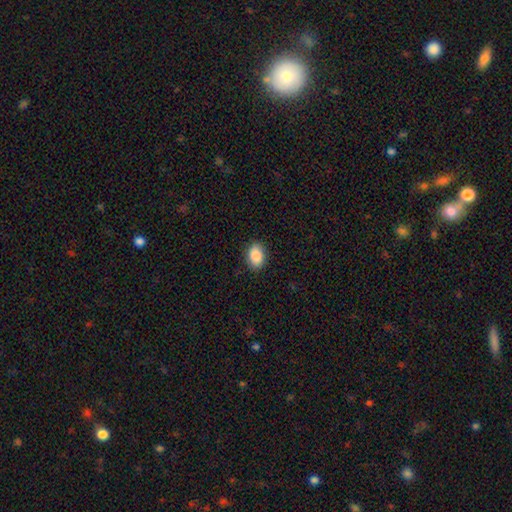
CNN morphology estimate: Overall: smooth (88%). How rounded: in between (84%). Merging: none (88%).